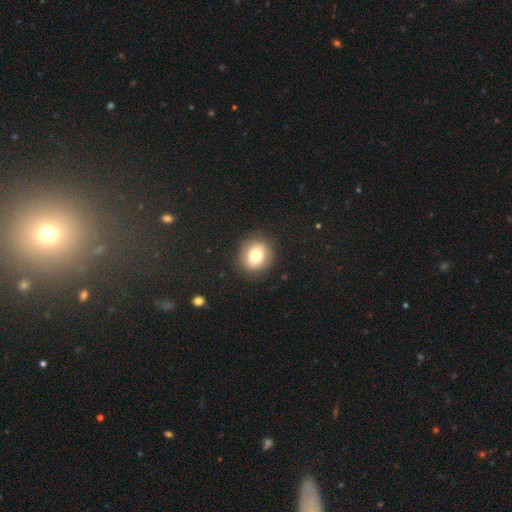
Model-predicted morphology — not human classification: A smooth galaxy with no disk features (77%) that is round (76%).

Vote fractions:
- Smooth or featured? smooth: 77% / featured or disk: 13% / star or artifact: 10%
- How rounded? round: 76% / in between: 23% / cigar-shaped: 1%
- Merging? none: 89% / minor disturbance: 8% / major disturbance: 3% / merger: 1%